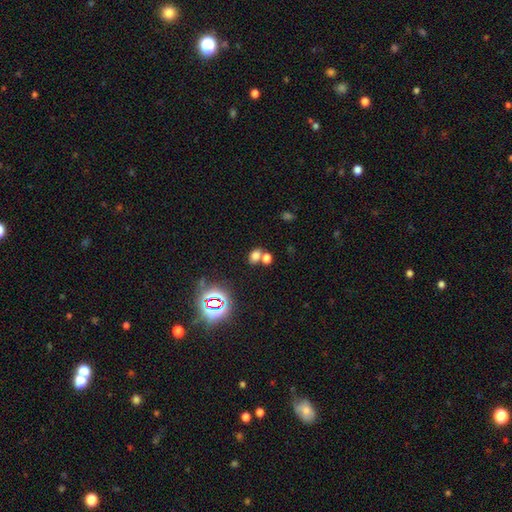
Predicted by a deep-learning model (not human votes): Smooth or featured? Predicted: smooth (p=0.67). How rounded? Predicted: in between (p=0.67). Merging? Predicted: none (p=0.45).